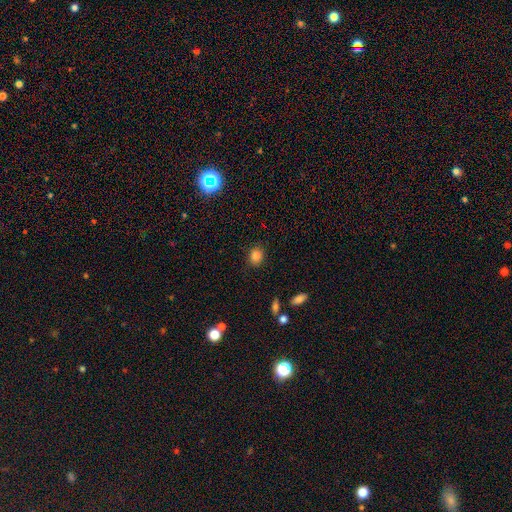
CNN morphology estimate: Smooth or featured?
  - smooth: 84% *
  - star or artifact: 12%
  - featured or disk: 5%
How rounded?
  - round: 55% *
  - in between: 43%
  - cigar-shaped: 1%
Merging?
  - none: 86% *
  - minor disturbance: 9%
  - major disturbance: 3%
  - merger: 2%